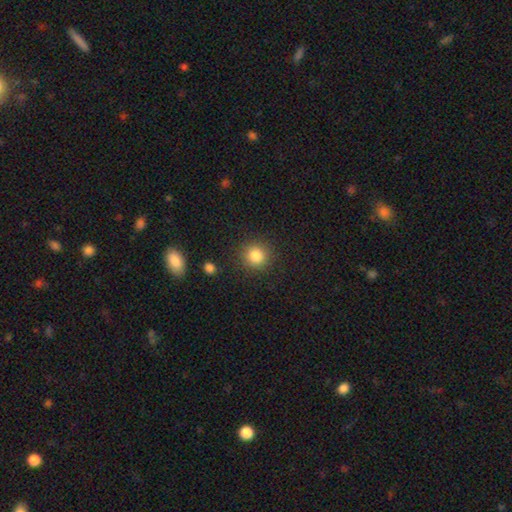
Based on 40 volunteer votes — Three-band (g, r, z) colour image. It shows a smooth galaxy with no disk features (82%) that is round (97%). Merging: none (89%).